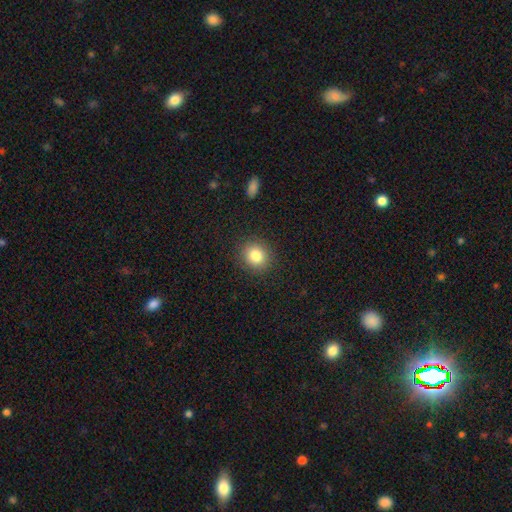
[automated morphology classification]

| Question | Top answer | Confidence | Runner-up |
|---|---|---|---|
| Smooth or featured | smooth | 83% | star or artifact (10%) |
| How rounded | round | 83% | in between (16%) |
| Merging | none | 90% | minor disturbance (6%) |